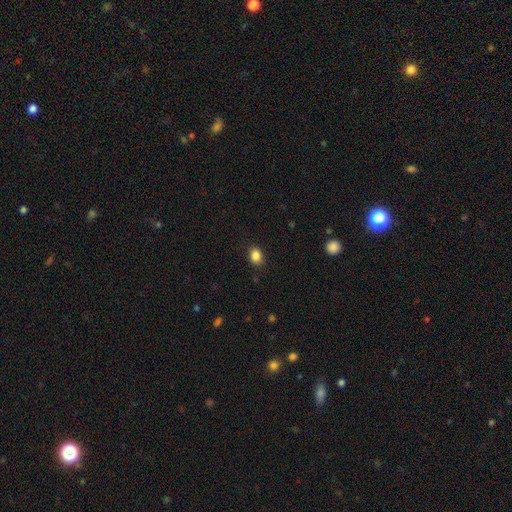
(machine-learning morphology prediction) Smooth or featured? smooth (86%)
How rounded? in between (57%)
Merging? none (87%)